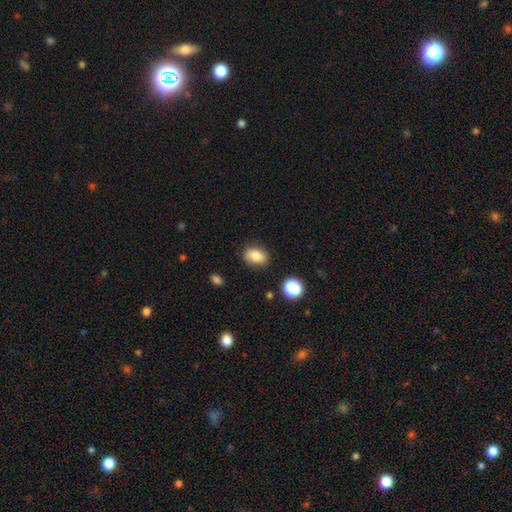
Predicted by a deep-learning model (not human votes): A smooth galaxy with no disk features (82%) that is in between round and cigar-shaped (74%). Merging: none (79%).